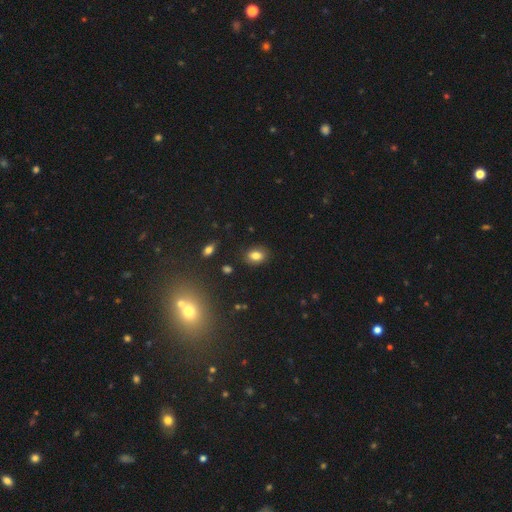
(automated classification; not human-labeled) Smooth or featured? smooth (81%)
How rounded? in between (72%)
Merging? none (85%)